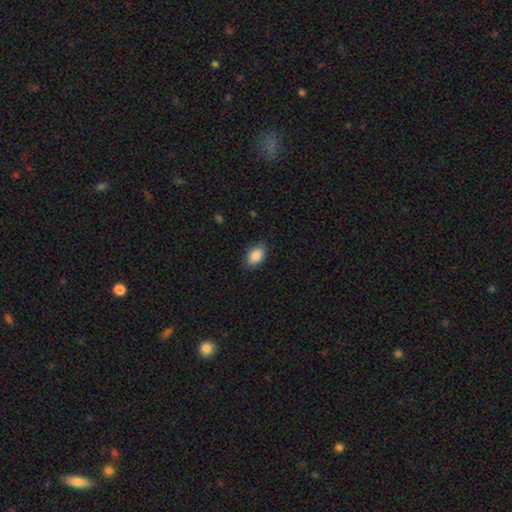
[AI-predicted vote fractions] smooth 89%, star or artifact 7%, featured or disk 4%. Down the decision tree: how rounded — in between (91%); merging — none (85%).